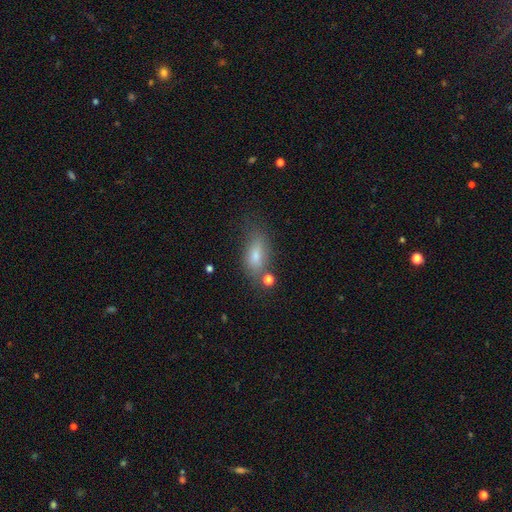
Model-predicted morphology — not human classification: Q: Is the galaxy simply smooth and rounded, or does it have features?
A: smooth — 71%.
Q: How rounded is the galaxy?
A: in between — 77%.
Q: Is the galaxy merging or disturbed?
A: none — 60%.